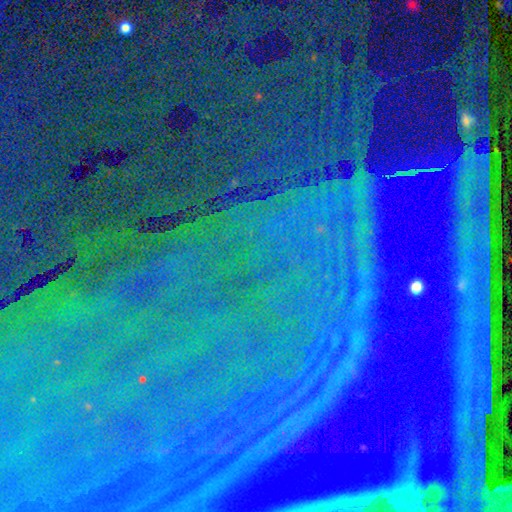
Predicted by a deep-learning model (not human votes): smooth-or-featured: star or artifact: 88% | featured or disk: 6% | smooth: 6%